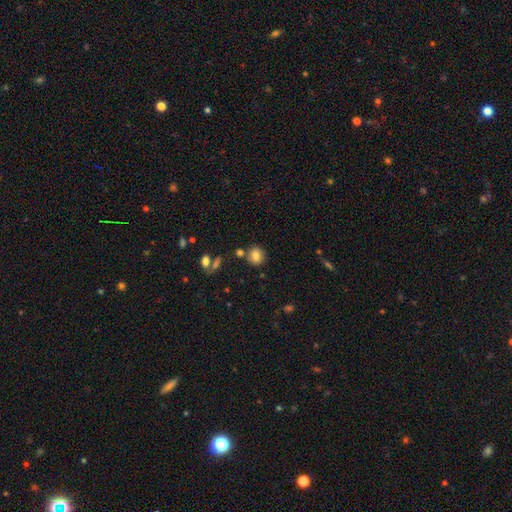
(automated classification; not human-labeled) This appears to be a smooth galaxy with no disk features (78%) that is round (77%). Merging: none (76%).